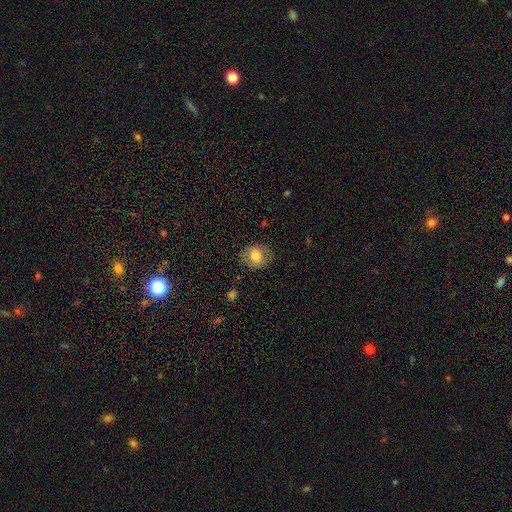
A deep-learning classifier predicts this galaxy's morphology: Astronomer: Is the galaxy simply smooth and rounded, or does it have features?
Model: smooth — 77%.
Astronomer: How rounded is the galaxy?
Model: round — 70%.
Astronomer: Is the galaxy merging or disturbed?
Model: none — 83%.